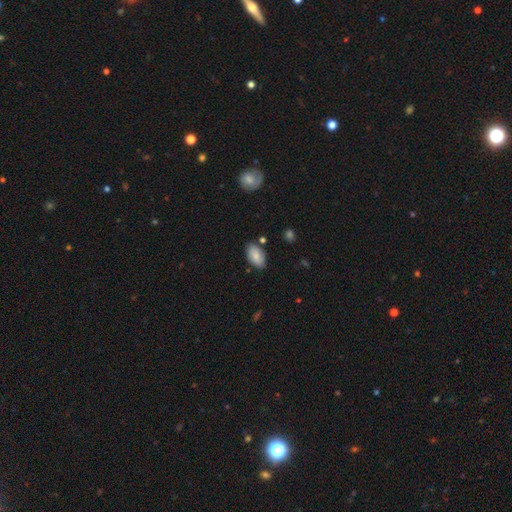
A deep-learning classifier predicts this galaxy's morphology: Q: Smooth or featured?
A: smooth (79%); runner-up: featured or disk (14%)
Q: How rounded?
A: in between (94%); runner-up: round (4%)
Q: Merging?
A: none (77%); runner-up: minor disturbance (17%)